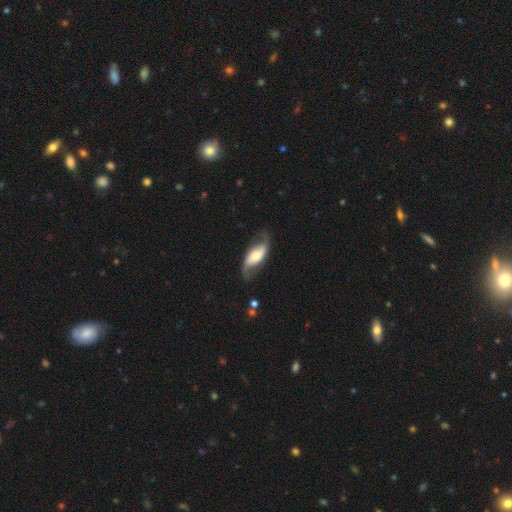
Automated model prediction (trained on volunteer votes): Smooth or featured? Predicted: featured or disk (p=0.71). Edge-on disk? Predicted: no (p=0.90). Bar? Predicted: no (p=0.50). Spiral arms? Predicted: yes (p=0.89). Spiral winding? Predicted: loose (p=0.73). Spiral arm count? Predicted: 2 (p=0.90). Bulge size? Predicted: moderate (p=0.58). Merging? Predicted: none (p=0.68).